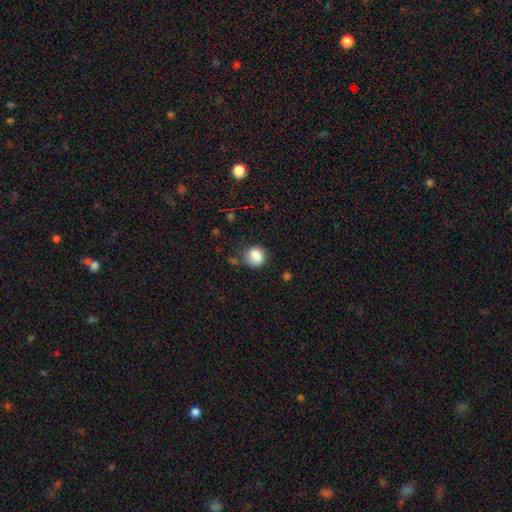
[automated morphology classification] smooth-or-featured: smooth: 87% | star or artifact: 9% | featured or disk: 5%
  how-rounded: round: 81% | in between: 18% | cigar-shaped: 1%
  merging: none: 64% | minor disturbance: 24% | major disturbance: 8% | merger: 4%